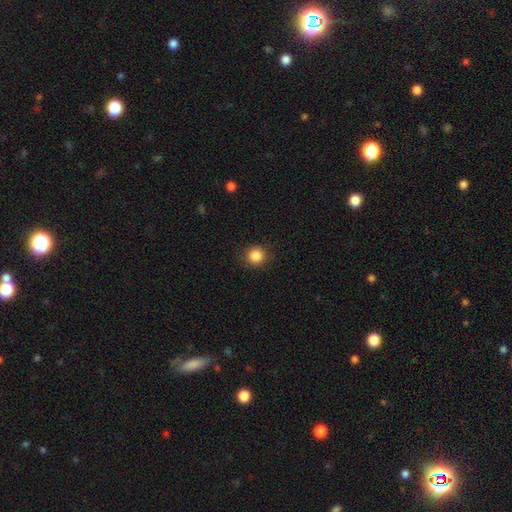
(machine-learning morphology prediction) Smooth or featured: smooth — 86% (star or artifact — 10%)
How rounded: round — 92% (in between — 7%)
Merging: none — 89% (minor disturbance — 7%)